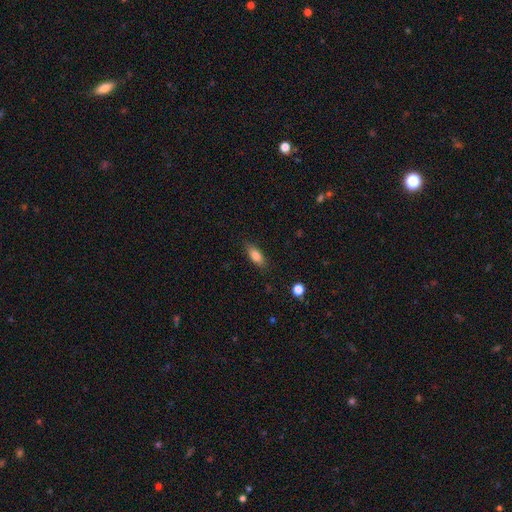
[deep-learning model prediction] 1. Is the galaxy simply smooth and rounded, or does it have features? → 80% smooth, 12% featured or disk, 8% star or artifact.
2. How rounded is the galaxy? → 79% in between, 17% cigar-shaped, 4% round.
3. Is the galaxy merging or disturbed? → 85% none, 11% minor disturbance, 3% major disturbance, 1% merger.